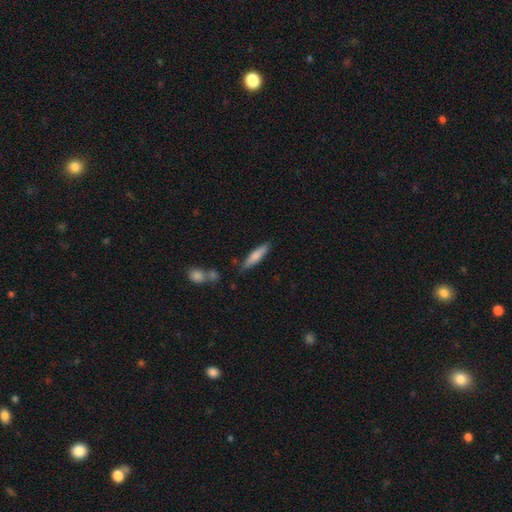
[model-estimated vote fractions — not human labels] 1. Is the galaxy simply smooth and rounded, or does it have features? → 77% smooth, 17% featured or disk, 6% star or artifact.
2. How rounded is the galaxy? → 77% cigar-shaped, 21% in between, 1% round.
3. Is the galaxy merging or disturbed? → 80% none, 13% minor disturbance, 4% merger, 3% major disturbance.